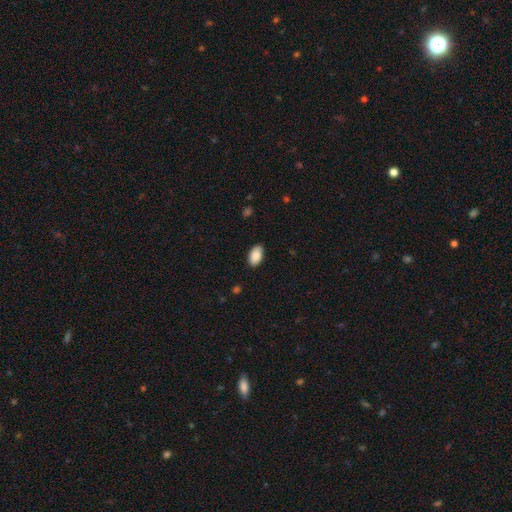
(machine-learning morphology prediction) Smooth or featured?
  - smooth: 88% *
  - star or artifact: 6%
  - featured or disk: 5%
How rounded?
  - in between: 94% *
  - round: 4%
  - cigar-shaped: 2%
Merging?
  - none: 86% *
  - minor disturbance: 11%
  - major disturbance: 2%
  - merger: 1%